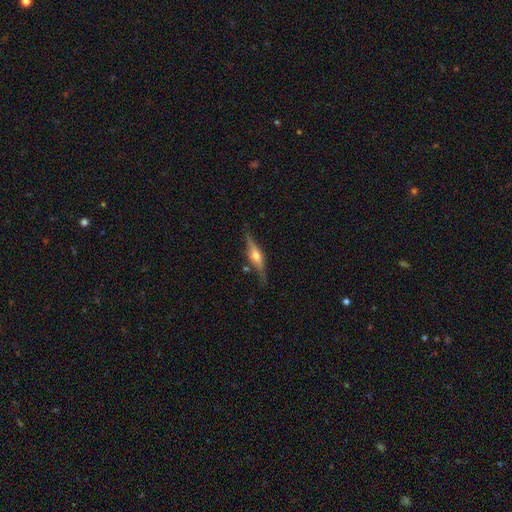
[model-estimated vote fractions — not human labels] smooth-or-featured: featured or disk: 75% | smooth: 19% | star or artifact: 6%
  disk-edge-on: yes: 97% | no: 3%
    edge-on-bulge: rounded: 92% | boxy: 6% | none: 2%
  merging: none: 82% | minor disturbance: 13% | merger: 3% | major disturbance: 3%